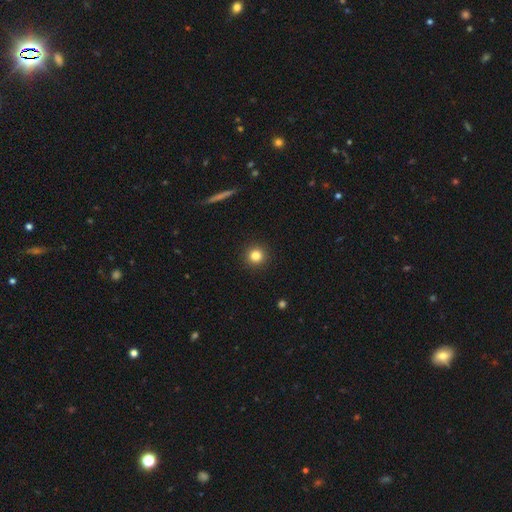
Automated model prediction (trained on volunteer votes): The model was most divided on "smooth or featured": smooth: 82%, star or artifact: 12%, featured or disk: 6%. More confident: how rounded — round (95%); merging — none (93%).